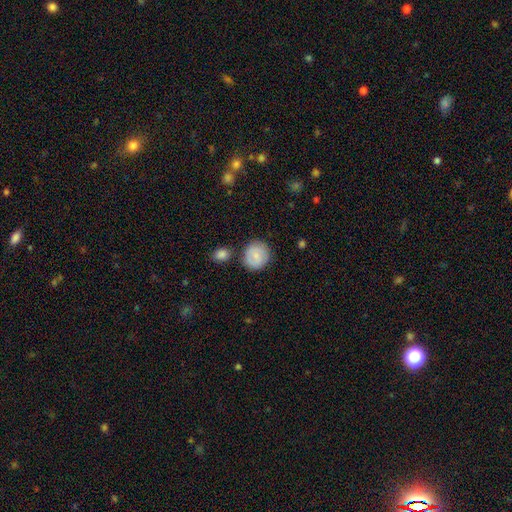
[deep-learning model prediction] Q: Smooth or featured?
A: smooth (75%); runner-up: featured or disk (18%)
Q: How rounded?
A: round (83%); runner-up: in between (16%)
Q: Merging?
A: none (77%); runner-up: minor disturbance (13%)